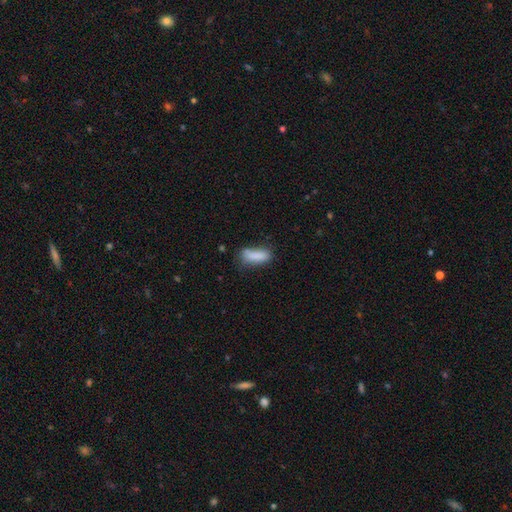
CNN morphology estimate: Smooth or featured? Predicted: smooth (p=0.83). How rounded? Predicted: in between (p=0.61). Merging? Predicted: none (p=0.55).